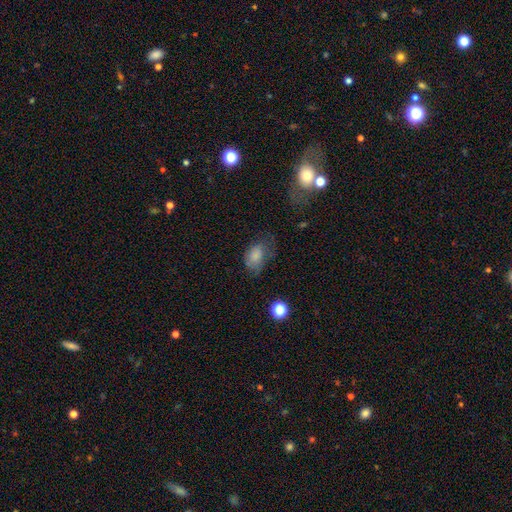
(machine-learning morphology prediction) Smooth or featured? smooth (74%)
How rounded? in between (86%)
Merging? none (43%)